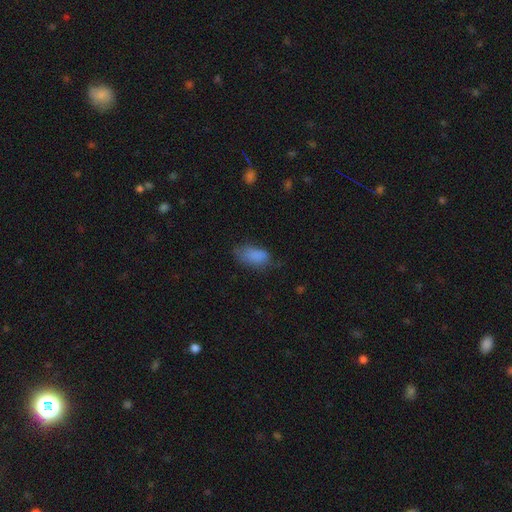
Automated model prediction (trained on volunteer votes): The model was most divided on "merging": none: 53%, minor disturbance: 32%, major disturbance: 13%, merger: 2%. More confident: how rounded — in between (92%); smooth or featured — smooth (83%).